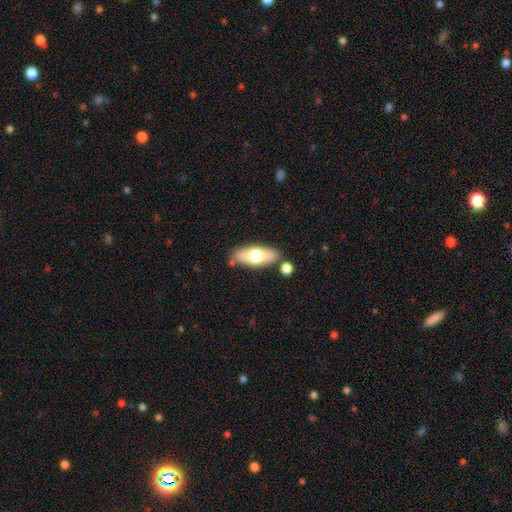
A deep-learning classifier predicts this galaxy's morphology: A smooth galaxy with no disk features (60%) that is in between round and cigar-shaped (72%).

Vote fractions:
- Smooth or featured? smooth: 60% / featured or disk: 34% / star or artifact: 6%
- How rounded? in between: 72% / cigar-shaped: 25% / round: 3%
- Merging? none: 79% / minor disturbance: 12% / merger: 7% / major disturbance: 3%